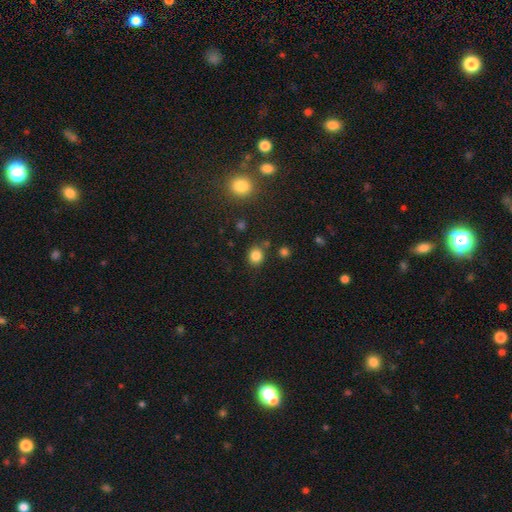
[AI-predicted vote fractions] smooth_or_featured: smooth (p=0.83) [alt: star or artifact p=0.13]
how_rounded: round (p=0.78) [alt: in between p=0.21]
merging: none (p=0.82) [alt: minor disturbance p=0.10]